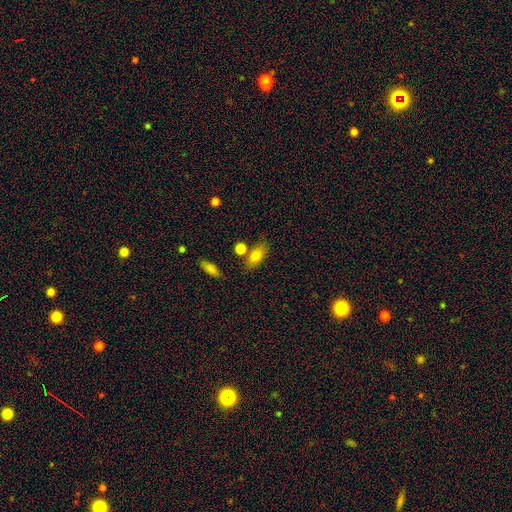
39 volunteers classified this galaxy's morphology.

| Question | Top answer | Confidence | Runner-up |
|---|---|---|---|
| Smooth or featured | smooth | 79% | featured or disk (13%) |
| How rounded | in between | 84% | round (10%) |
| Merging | none | 58% | minor disturbance (19%) |